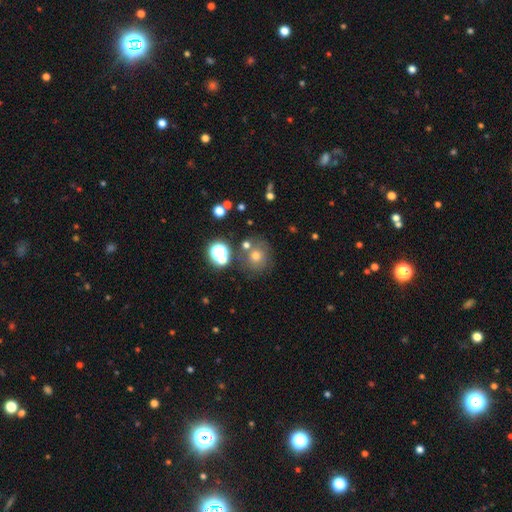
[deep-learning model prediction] smooth-or-featured: smooth: 61% | star or artifact: 24% | featured or disk: 16%
  how-rounded: round: 85% | in between: 14% | cigar-shaped: 1%
  merging: none: 69% | minor disturbance: 13% | merger: 11% | major disturbance: 6%